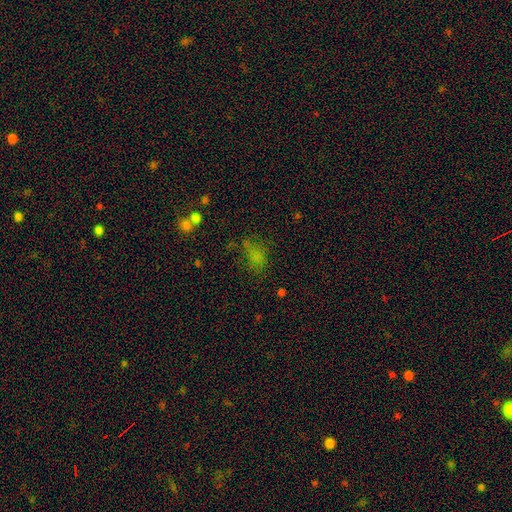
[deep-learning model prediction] Morphology: type=smooth (63%); roundness=in between (73%); merging=none (49%).